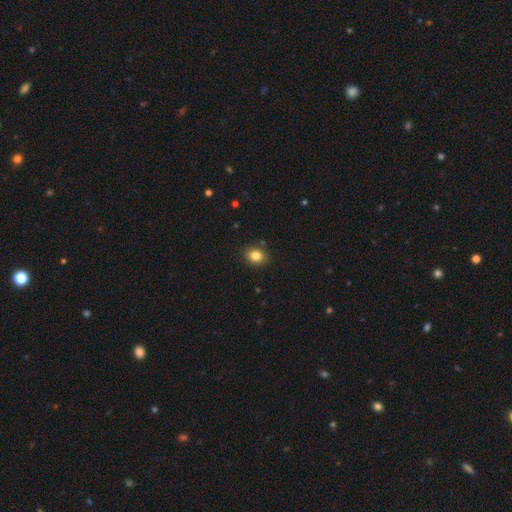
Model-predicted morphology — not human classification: Overall: smooth (83%). How rounded: round (56%; in between 43%). Merging: none (87%).